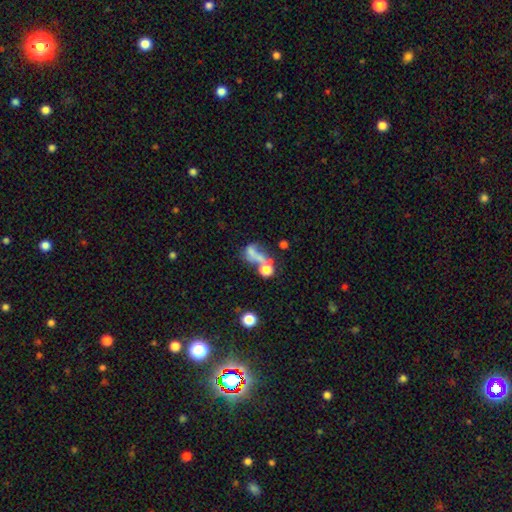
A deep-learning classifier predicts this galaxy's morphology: smooth-or-featured: smooth: 52% | featured or disk: 29% | star or artifact: 19%
  how-rounded: in between: 57% | round: 35% | cigar-shaped: 8%
  merging: merger: 42% | major disturbance: 26% | none: 20% | minor disturbance: 11%